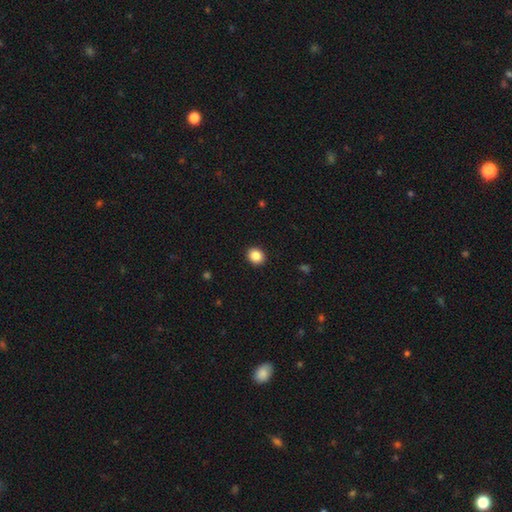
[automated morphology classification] The model was most divided on "how rounded": round: 67%, in between: 32%, cigar-shaped: 1%. More confident: merging — none (92%); smooth or featured — smooth (86%).